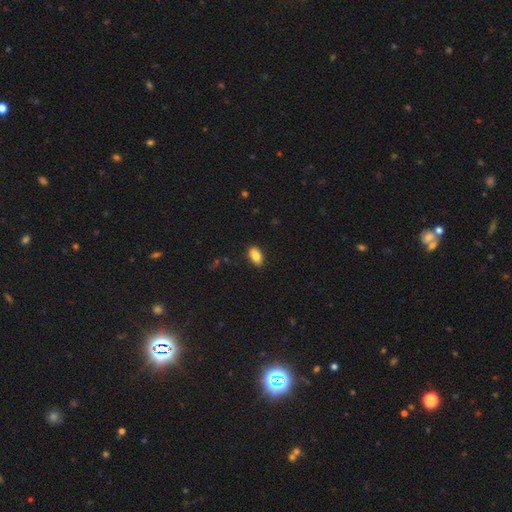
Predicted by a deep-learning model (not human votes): Q: Smooth or featured?
A: smooth (85%); runner-up: star or artifact (8%)
Q: How rounded?
A: in between (92%); runner-up: round (5%)
Q: Merging?
A: none (88%); runner-up: minor disturbance (9%)